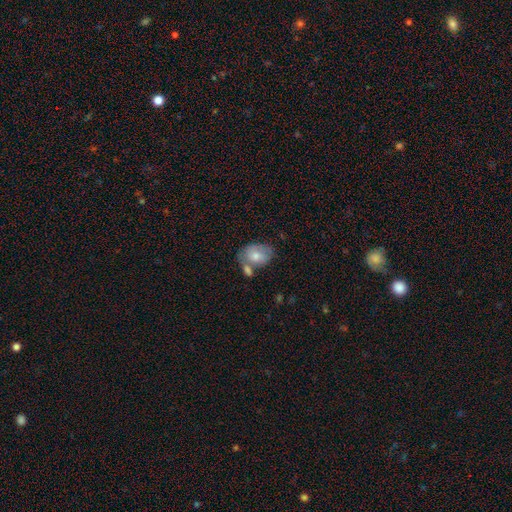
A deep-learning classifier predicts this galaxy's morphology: smooth-or-featured: smooth: 71% | featured or disk: 22% | star or artifact: 6%
  how-rounded: in between: 73% | round: 26% | cigar-shaped: 1%
  merging: none: 39% | merger: 33% | minor disturbance: 20% | major disturbance: 7%